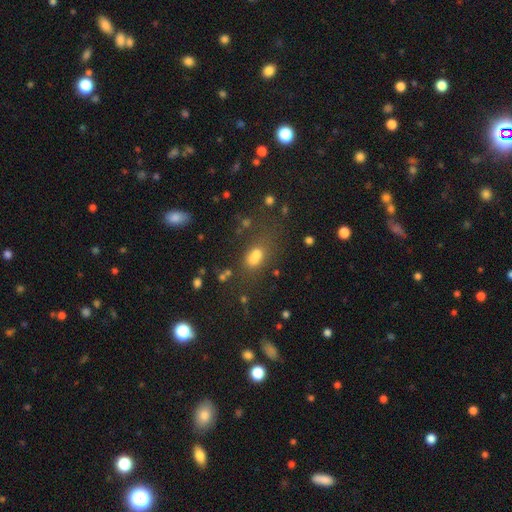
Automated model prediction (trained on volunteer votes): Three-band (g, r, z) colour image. It shows a smooth galaxy with no disk features (66%) that is in between round and cigar-shaped (70%). Merging: none (53%).